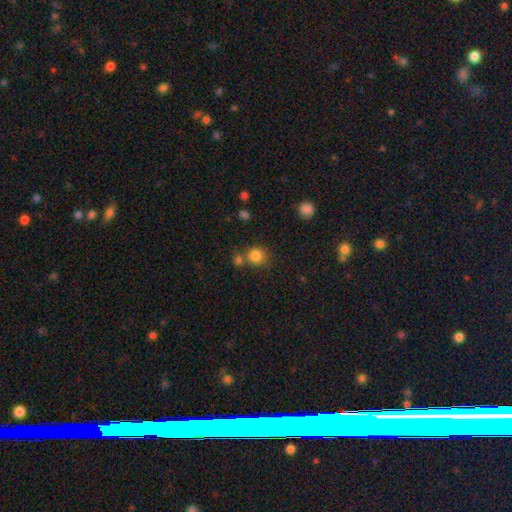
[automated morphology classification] This appears to be a smooth galaxy with no disk features (83%) that is round (88%). Merging: none (64%).